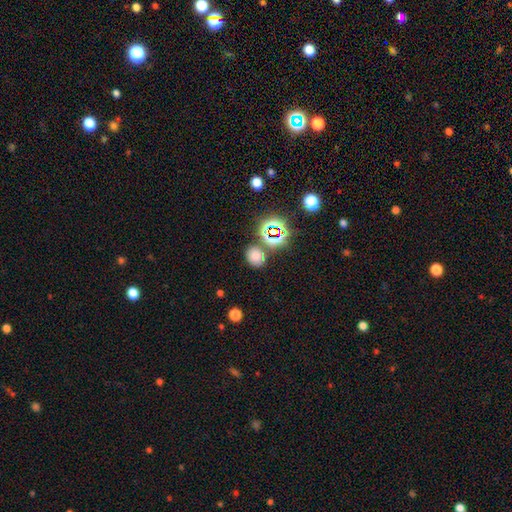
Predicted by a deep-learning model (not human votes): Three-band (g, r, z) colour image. It shows a smooth galaxy with no disk features (68%) that is round (64%). Merging: none (76%).